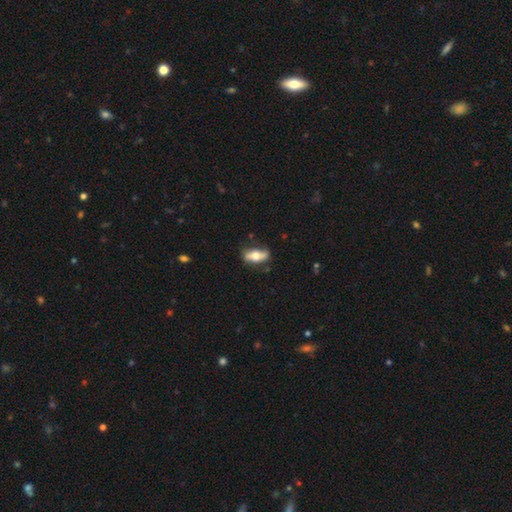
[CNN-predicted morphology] type=smooth (53%); roundness=in between (74%); merging=none (72%).